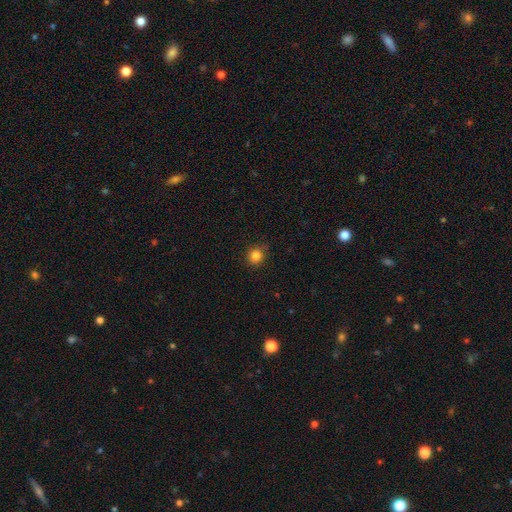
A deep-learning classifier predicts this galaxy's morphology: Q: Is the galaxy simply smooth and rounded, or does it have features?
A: smooth — 84%.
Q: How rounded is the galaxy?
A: round — 86%.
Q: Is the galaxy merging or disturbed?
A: none — 83%.